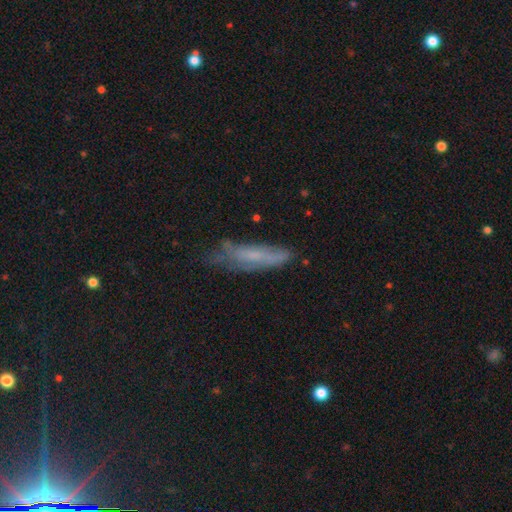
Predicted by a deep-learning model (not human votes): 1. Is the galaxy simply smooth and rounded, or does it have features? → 46% smooth, 41% featured or disk, 13% star or artifact.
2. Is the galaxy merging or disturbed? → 54% none, 30% minor disturbance, 13% major disturbance, 3% merger.